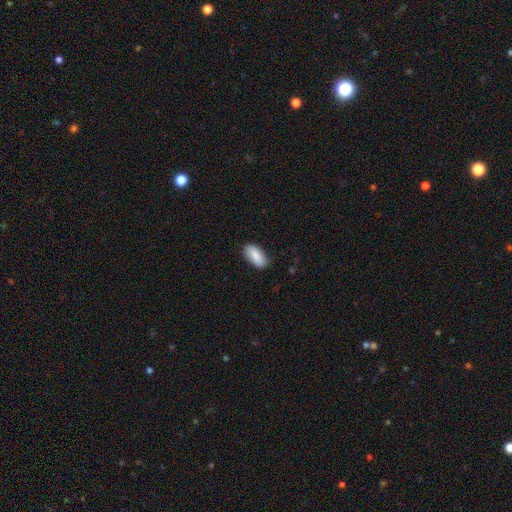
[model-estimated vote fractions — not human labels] smooth 86%, featured or disk 8%, star or artifact 6%. Down the decision tree: how rounded — in between (90%); merging — none (85%).